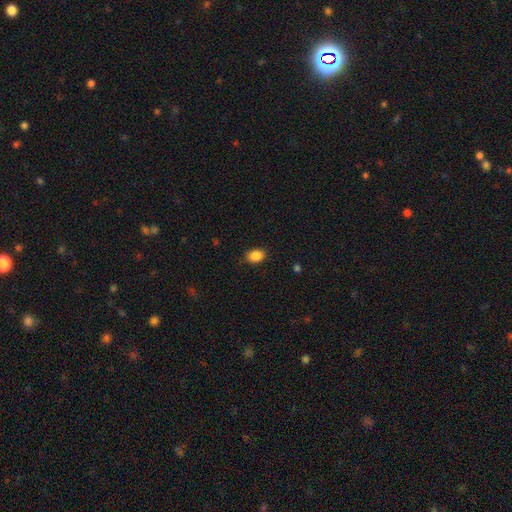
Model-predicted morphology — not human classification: Smooth or featured?
  - smooth: 87% *
  - star or artifact: 9%
  - featured or disk: 4%
How rounded?
  - in between: 71% *
  - round: 27%
  - cigar-shaped: 1%
Merging?
  - none: 81% *
  - minor disturbance: 15%
  - major disturbance: 3%
  - merger: 1%